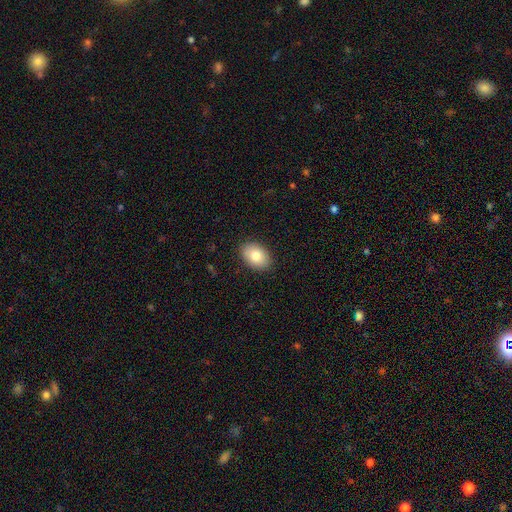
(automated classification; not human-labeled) smooth_or_featured: smooth (p=0.81) [alt: featured or disk p=0.12]
how_rounded: in between (p=0.84) [alt: round p=0.15]
merging: none (p=0.89) [alt: minor disturbance p=0.08]